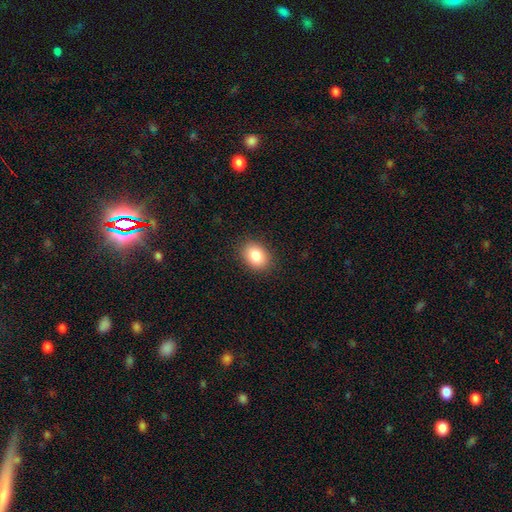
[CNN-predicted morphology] Smooth or featured? Predicted: smooth (p=0.85). How rounded? Predicted: in between (p=0.73). Merging? Predicted: none (p=0.88).